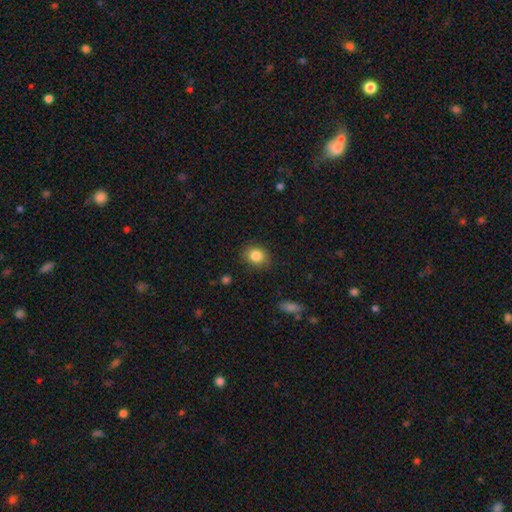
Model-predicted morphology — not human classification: Q: Smooth or featured?
A: smooth (84%); runner-up: star or artifact (9%)
Q: How rounded?
A: round (60%); runner-up: in between (40%)
Q: Merging?
A: none (82%); runner-up: minor disturbance (14%)